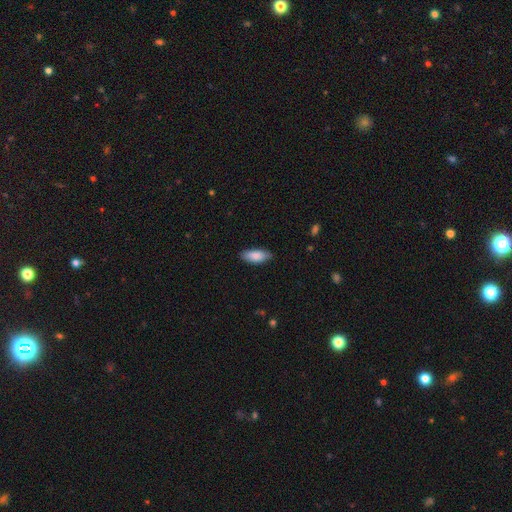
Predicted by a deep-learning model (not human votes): Smooth or featured? Predicted: smooth (p=0.86). How rounded? Predicted: in between (p=0.83). Merging? Predicted: none (p=0.83).